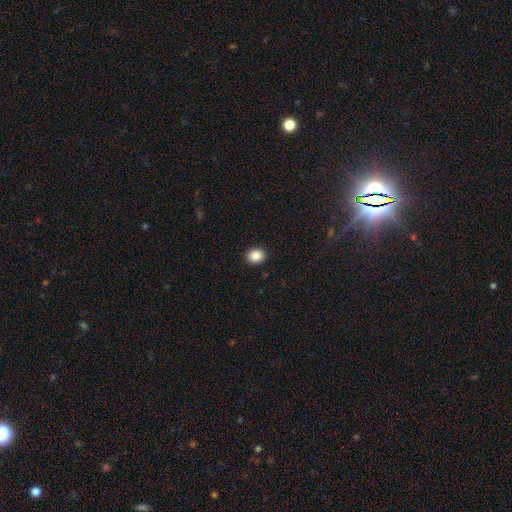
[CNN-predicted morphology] This appears to be a smooth galaxy with no disk features (87%) that is round (56%). Merging: none (91%).